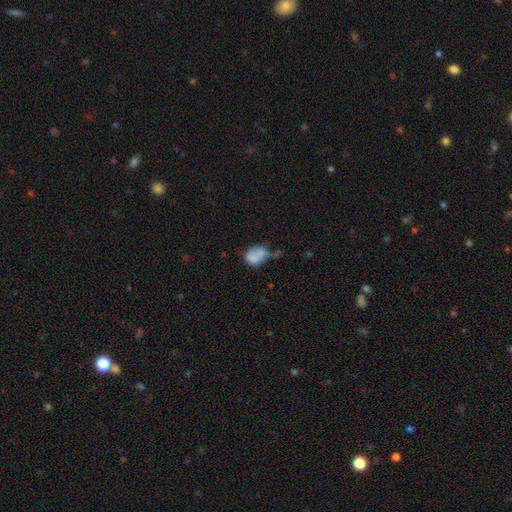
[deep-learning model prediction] smooth_or_featured: smooth (p=0.74) [alt: featured or disk p=0.15]
how_rounded: in between (p=0.65) [alt: round p=0.34]
merging: none (p=0.29) [alt: minor disturbance p=0.28]